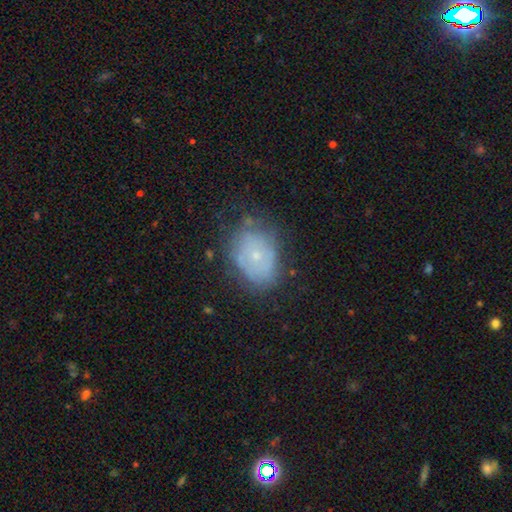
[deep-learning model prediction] Smooth or featured? Predicted: smooth (p=0.46). Merging? Predicted: none (p=0.63).